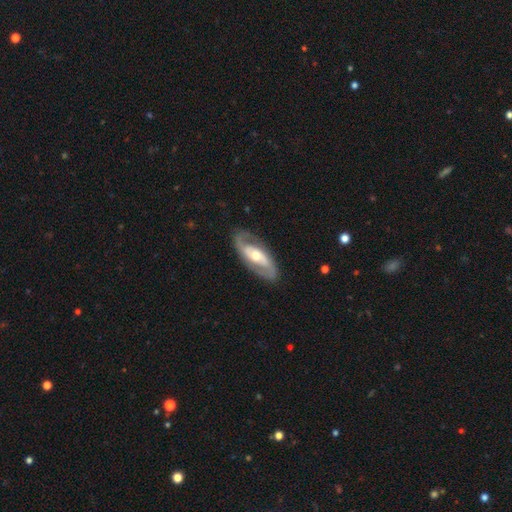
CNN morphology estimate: smooth_or_featured: featured or disk (p=0.84) [alt: smooth p=0.12]
disk_edge_on: no (p=0.92) [alt: yes p=0.08]
bar: no (p=0.43) [alt: weak p=0.33]
has_spiral_arms: yes (p=0.88) [alt: no p=0.12]
spiral_winding: medium (p=0.46) [alt: tight p=0.30]
spiral_arm_count: 2 (p=0.89) [alt: can't tell p=0.06]
bulge_size: moderate (p=0.69) [alt: small p=0.23]
merging: none (p=0.83) [alt: minor disturbance p=0.12]